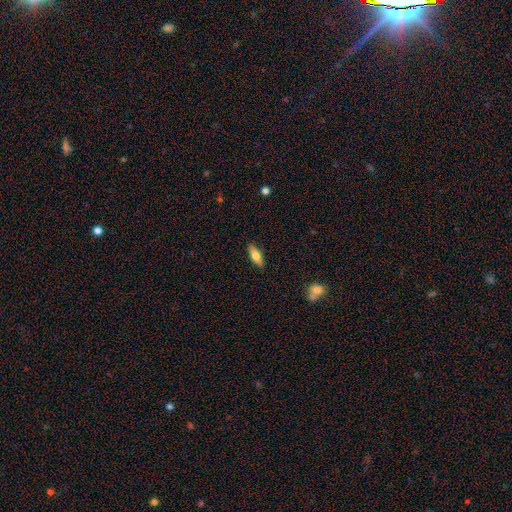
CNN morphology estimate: A smooth galaxy with no disk features (68%) that is in between round and cigar-shaped (64%). Merging: none (88%).